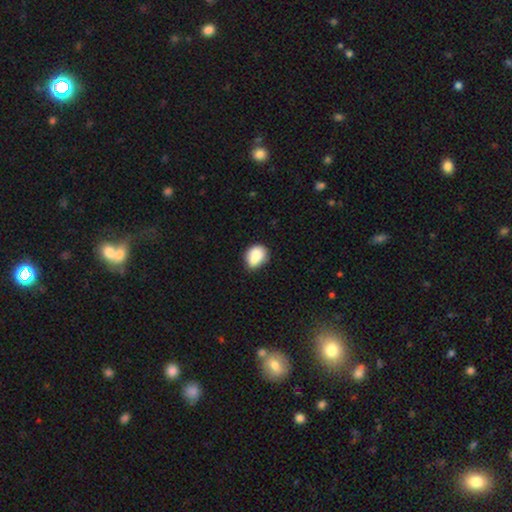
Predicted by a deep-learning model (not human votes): A smooth galaxy with no disk features (80%) that is in between round and cigar-shaped (51%). Merging: none (48%).